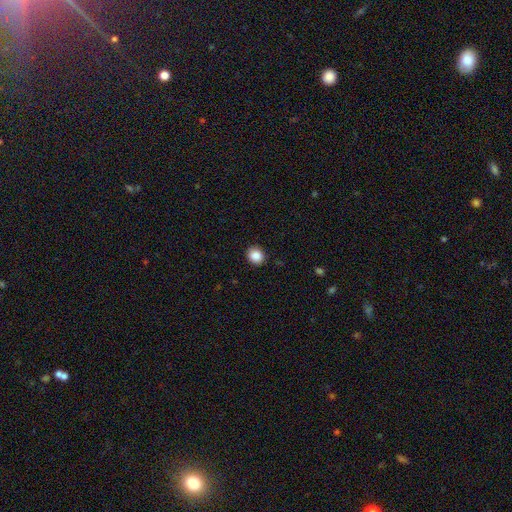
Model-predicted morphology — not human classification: Smooth or featured? Predicted: smooth (p=0.88). How rounded? Predicted: round (p=0.76). Merging? Predicted: none (p=0.91).